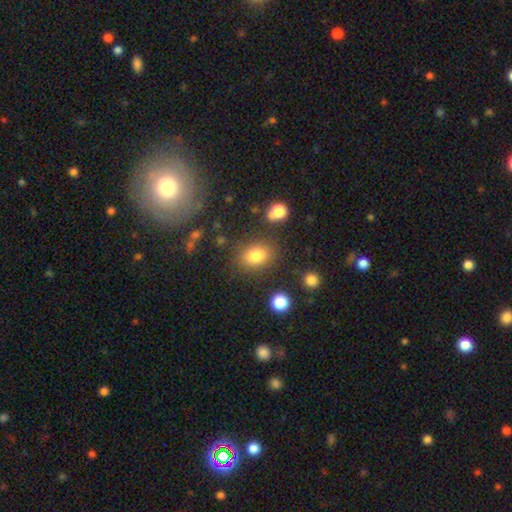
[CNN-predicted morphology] Smooth or featured: smooth — 81% (star or artifact — 12%)
How rounded: in between — 61% (round — 37%)
Merging: none — 79% (minor disturbance — 12%)